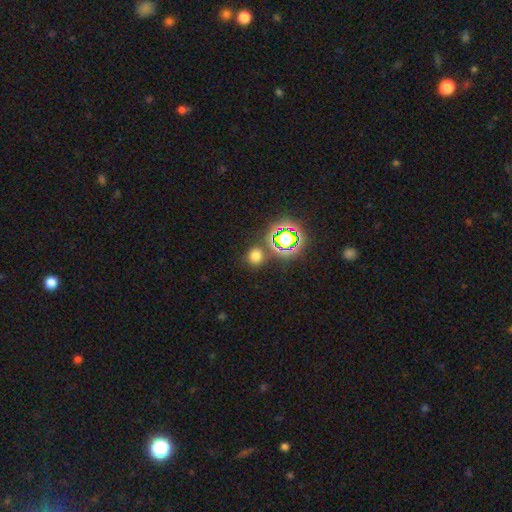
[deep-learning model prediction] Smooth or featured? Predicted: smooth (p=0.65). How rounded? Predicted: round (p=0.84). Merging? Predicted: none (p=0.80).